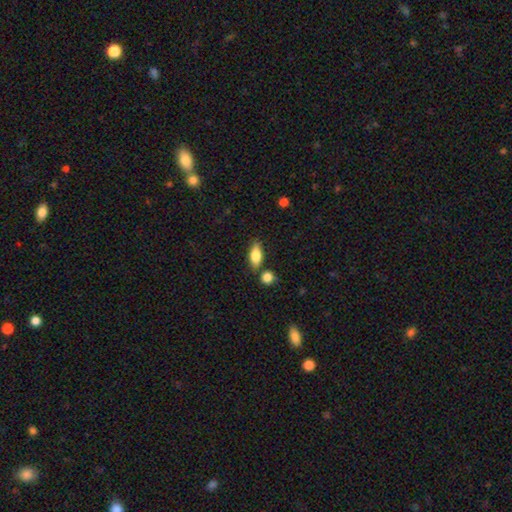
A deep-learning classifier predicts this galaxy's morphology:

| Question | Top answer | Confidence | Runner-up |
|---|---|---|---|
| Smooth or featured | smooth | 79% | featured or disk (14%) |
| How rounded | in between | 81% | cigar-shaped (15%) |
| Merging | none | 74% | minor disturbance (14%) |